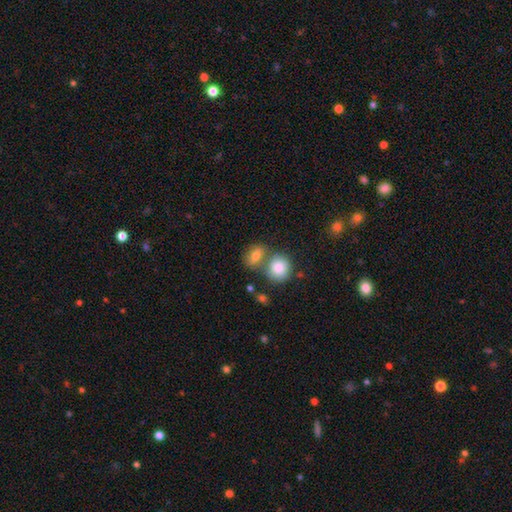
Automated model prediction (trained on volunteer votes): Smooth or featured? Predicted: smooth (p=0.77). How rounded? Predicted: in between (p=0.64). Merging? Predicted: none (p=0.43).